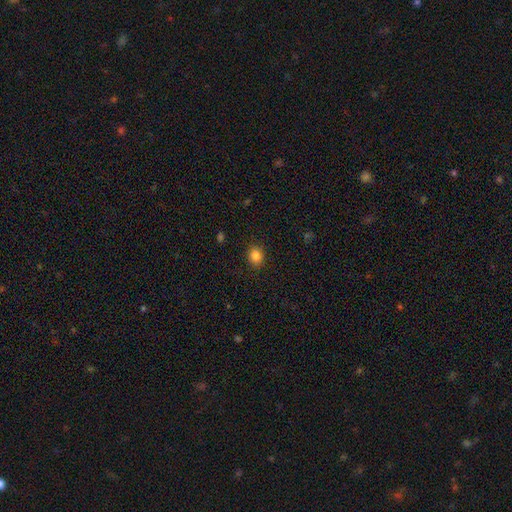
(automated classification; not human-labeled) Morphology: type=smooth (84%); roundness=round (66%); merging=none (89%).